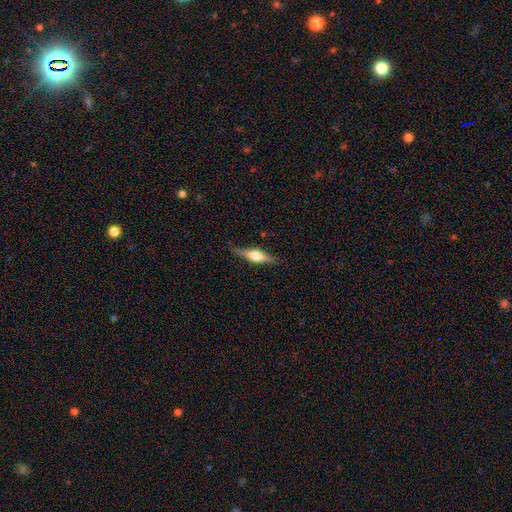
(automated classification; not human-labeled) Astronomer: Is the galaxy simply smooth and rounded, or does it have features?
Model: featured or disk — 66%.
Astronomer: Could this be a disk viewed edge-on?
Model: yes — 96%.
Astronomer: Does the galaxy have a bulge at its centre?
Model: rounded — 91%.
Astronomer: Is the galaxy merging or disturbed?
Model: none — 86%.